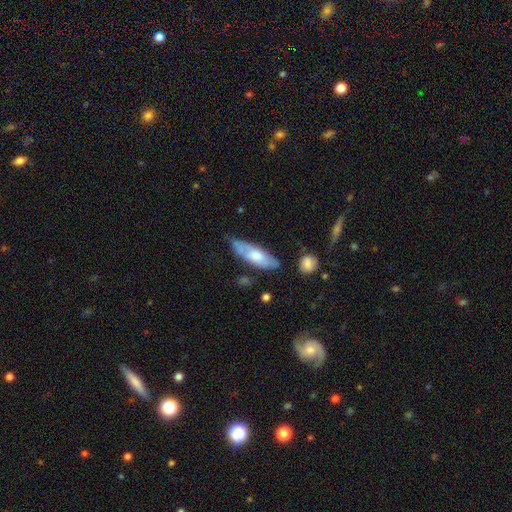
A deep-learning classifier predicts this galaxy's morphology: type=smooth (59%); roundness=in between (53%); merging=none (58%).